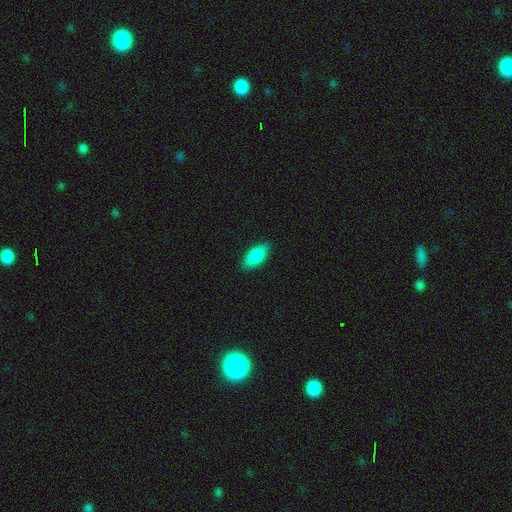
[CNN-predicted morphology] A smooth galaxy with no disk features (87%) that is in between round and cigar-shaped (89%).

Vote fractions:
- Smooth or featured? smooth: 87% / featured or disk: 7% / star or artifact: 6%
- How rounded? in between: 89% / cigar-shaped: 9% / round: 2%
- Merging? none: 86% / minor disturbance: 11% / major disturbance: 2% / merger: 1%